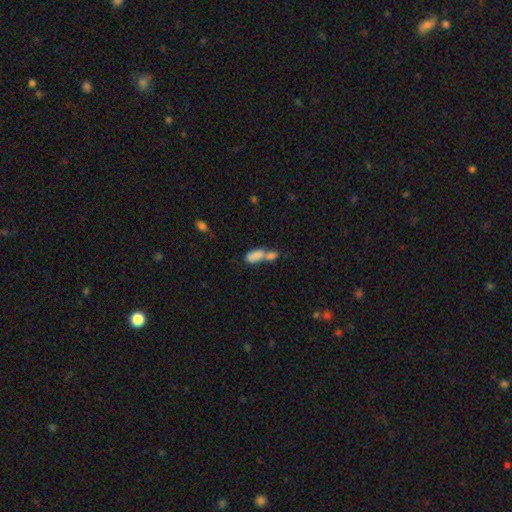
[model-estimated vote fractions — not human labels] Overall: smooth (77%). How rounded: in between (82%). Merging: merger (70%).